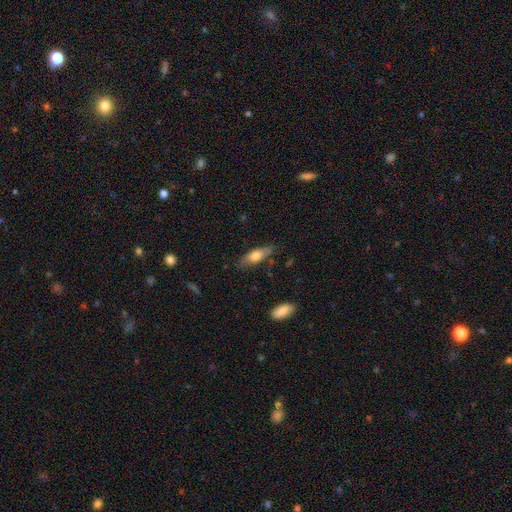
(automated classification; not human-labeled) This is likely a smooth galaxy (65%). How rounded: possibly in between (58%). Merging: likely none (76%).